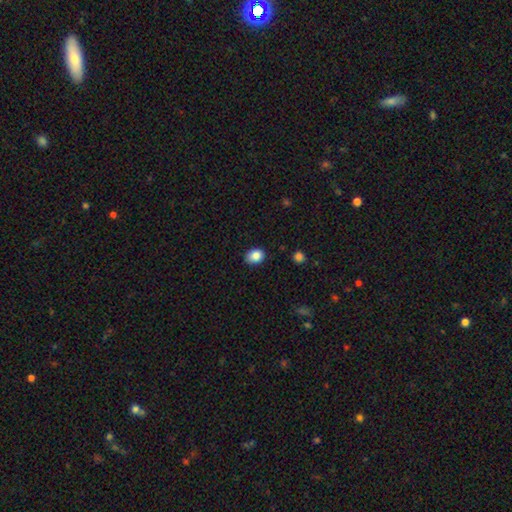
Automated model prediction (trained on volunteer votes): Smooth or featured? smooth (87%)
How rounded? in between (60%)
Merging? none (85%)